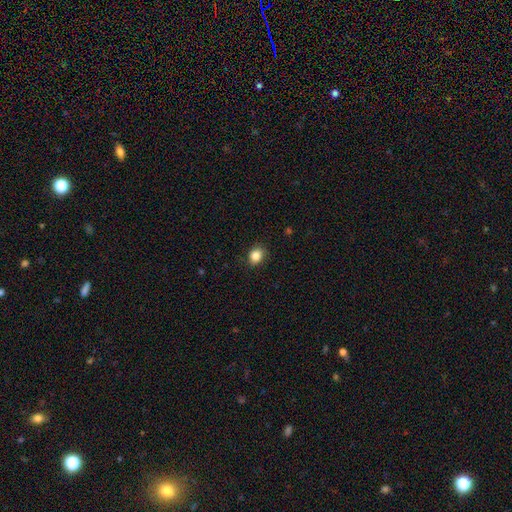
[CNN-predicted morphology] Smooth or featured?
  - smooth: 86% *
  - star or artifact: 10%
  - featured or disk: 4%
How rounded?
  - round: 54% *
  - in between: 45%
  - cigar-shaped: 1%
Merging?
  - none: 86% *
  - minor disturbance: 11%
  - major disturbance: 2%
  - merger: 1%